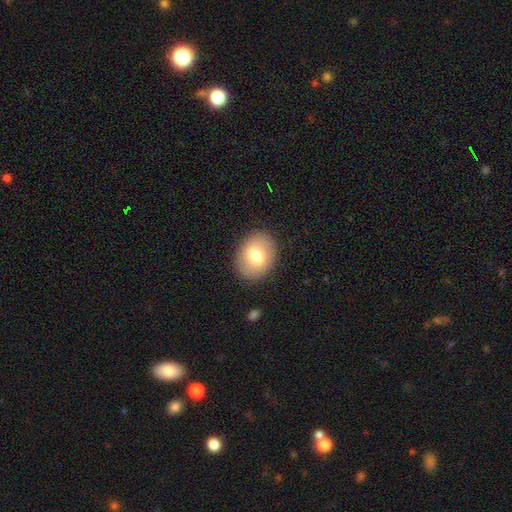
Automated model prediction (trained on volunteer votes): smooth_or_featured: smooth (p=0.71) [alt: featured or disk p=0.21]
how_rounded: in between (p=0.60) [alt: round p=0.39]
merging: none (p=0.87) [alt: minor disturbance p=0.09]